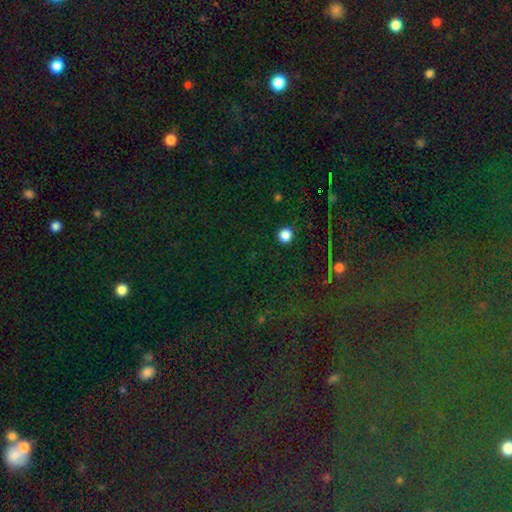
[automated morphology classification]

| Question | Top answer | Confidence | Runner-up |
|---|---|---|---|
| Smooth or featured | star or artifact | 79% | smooth (13%) |